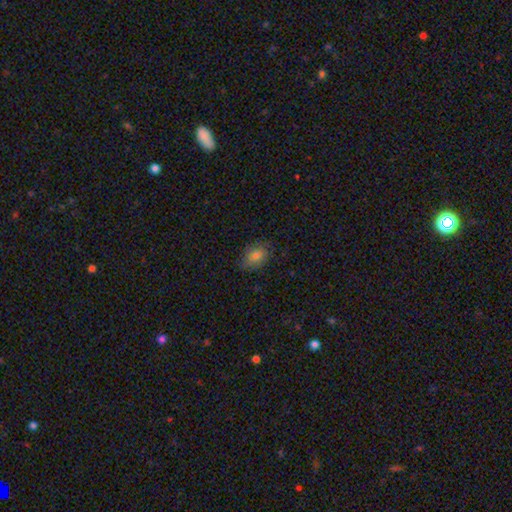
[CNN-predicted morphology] Smooth or featured? smooth (77%)
How rounded? in between (76%)
Merging? none (77%)